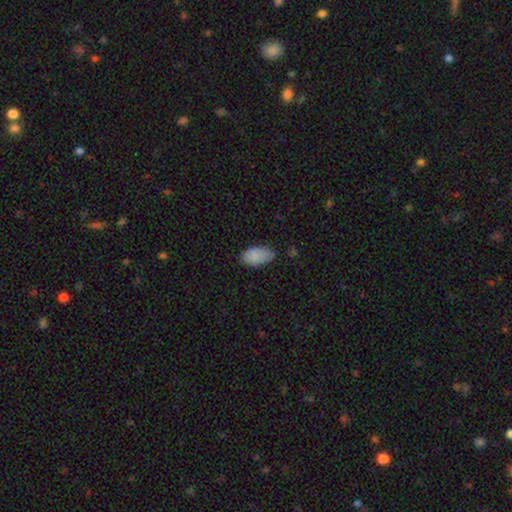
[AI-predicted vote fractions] The model was most divided on "merging": none: 65%, minor disturbance: 29%, major disturbance: 5%, merger: 2%. More confident: how rounded — in between (94%); smooth or featured — smooth (87%).